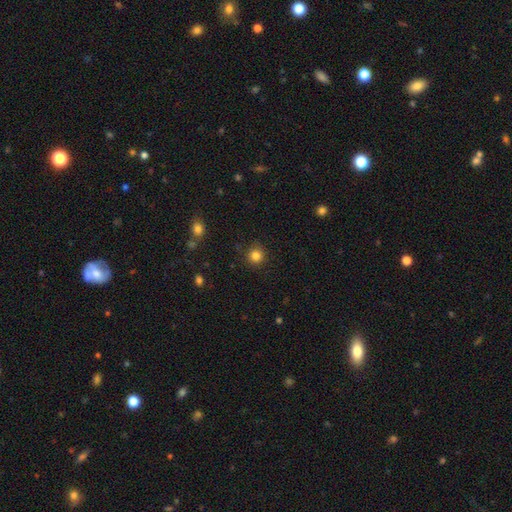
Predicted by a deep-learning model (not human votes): Overall: smooth (83%). How rounded: round (93%). Merging: none (86%).